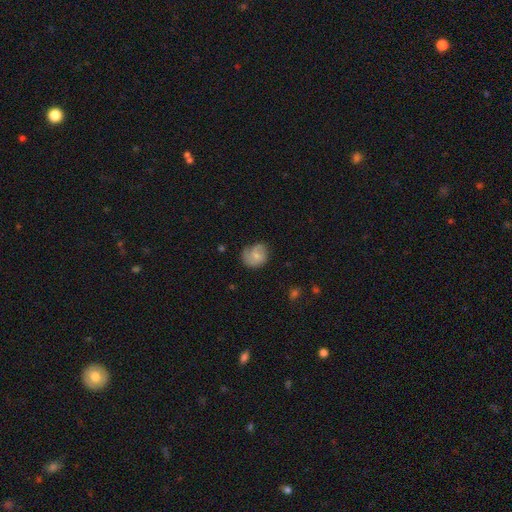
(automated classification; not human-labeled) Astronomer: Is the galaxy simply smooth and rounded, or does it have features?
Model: smooth — 62%.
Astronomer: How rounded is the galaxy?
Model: round — 64%.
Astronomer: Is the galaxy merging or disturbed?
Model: none — 56%.